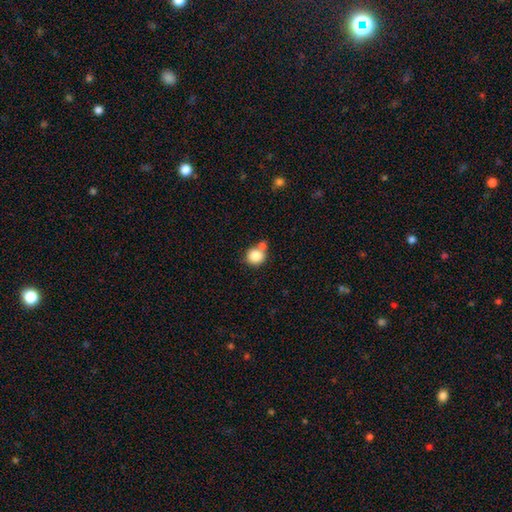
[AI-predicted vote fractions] The model was most divided on "merging": none: 53%, merger: 33%, minor disturbance: 11%, major disturbance: 4%. More confident: how rounded — round (87%); smooth or featured — smooth (84%).